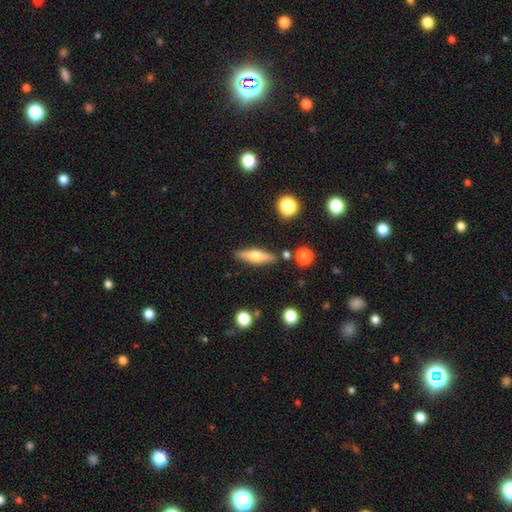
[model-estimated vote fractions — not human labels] Morphology: type=featured or disk (49%); merging=none (84%).